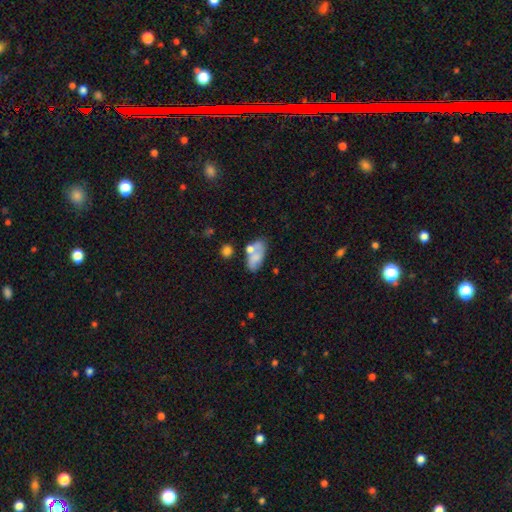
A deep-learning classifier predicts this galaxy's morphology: Overall: smooth (62%; featured or disk 30%). How rounded: in between (90%). Merging: none (44%; merger 26%).